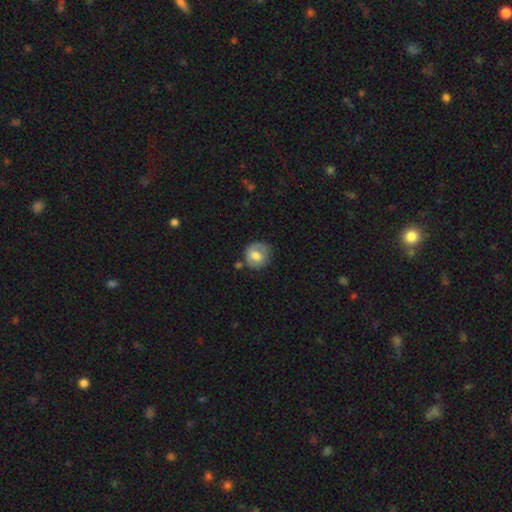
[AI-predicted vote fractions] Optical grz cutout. It shows a smooth galaxy with no disk features (65%) that is round (80%). Merging: none (61%).